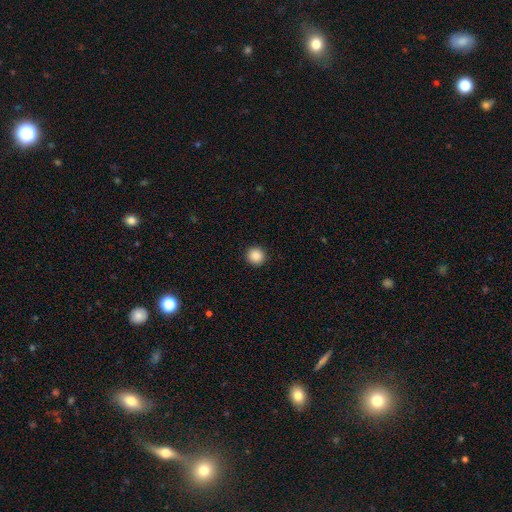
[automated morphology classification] smooth-or-featured: smooth: 88% | star or artifact: 9% | featured or disk: 3%
  how-rounded: round: 95% | in between: 4% | cigar-shaped: 1%
  merging: none: 93% | minor disturbance: 5% | major disturbance: 2% | merger: 1%